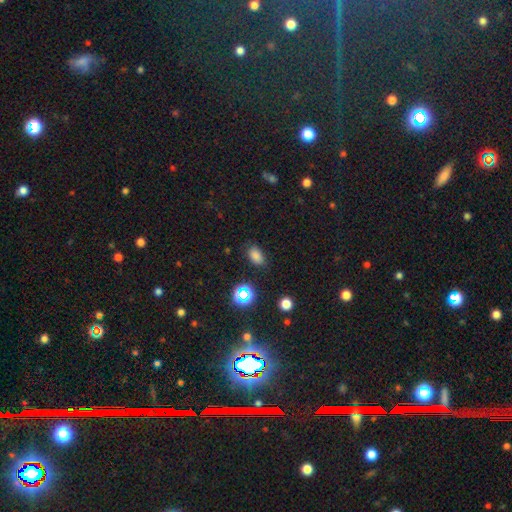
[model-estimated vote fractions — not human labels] Overall: smooth (76%). How rounded: in between (85%). Merging: none (79%).